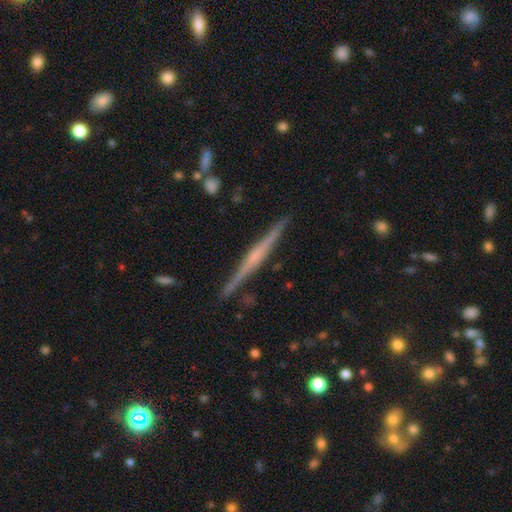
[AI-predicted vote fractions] Smooth or featured: featured or disk — 76% (smooth — 18%)
Edge-on disk: yes — 98% (no — 2%)
Edge-on bulge: rounded — 59% (none — 29%)
Merging: none — 90% (minor disturbance — 7%)